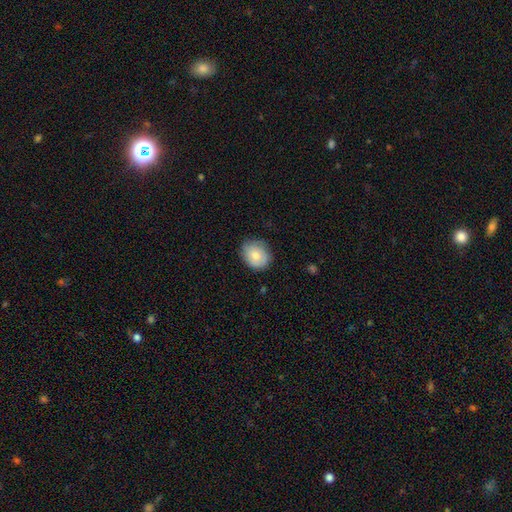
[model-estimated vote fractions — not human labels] A smooth galaxy with no disk features (75%) that is round (60%).

Vote fractions:
- Smooth or featured? smooth: 75% / featured or disk: 17% / star or artifact: 8%
- How rounded? round: 60% / in between: 39% / cigar-shaped: 1%
- Merging? none: 78% / minor disturbance: 17% / major disturbance: 3% / merger: 1%